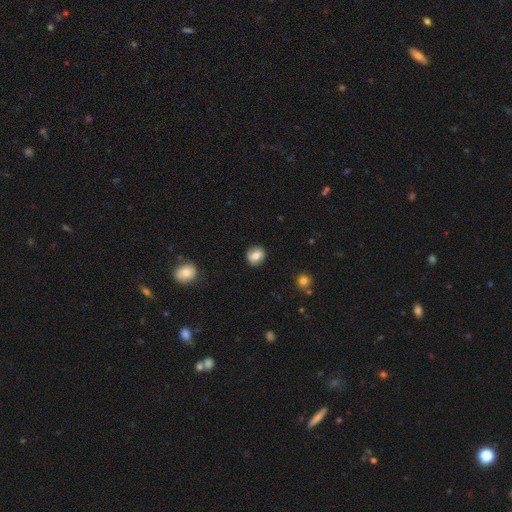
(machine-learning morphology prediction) smooth_or_featured: smooth (p=0.74) [alt: featured or disk p=0.17]
how_rounded: round (p=0.76) [alt: in between p=0.23]
merging: none (p=0.87) [alt: minor disturbance p=0.09]